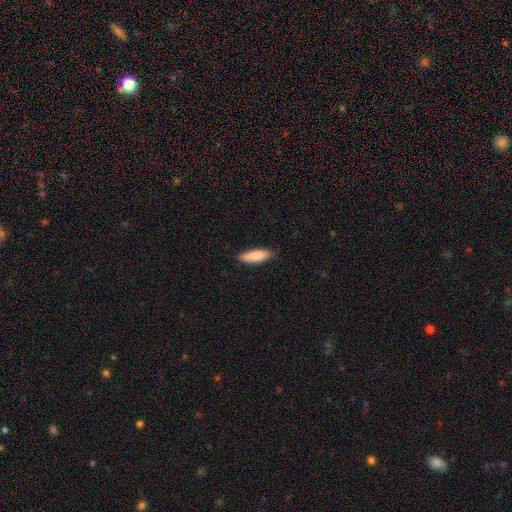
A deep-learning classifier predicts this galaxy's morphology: Smooth or featured: smooth — 85% (featured or disk — 9%)
How rounded: in between — 57% (cigar-shaped — 41%)
Merging: none — 85% (minor disturbance — 12%)